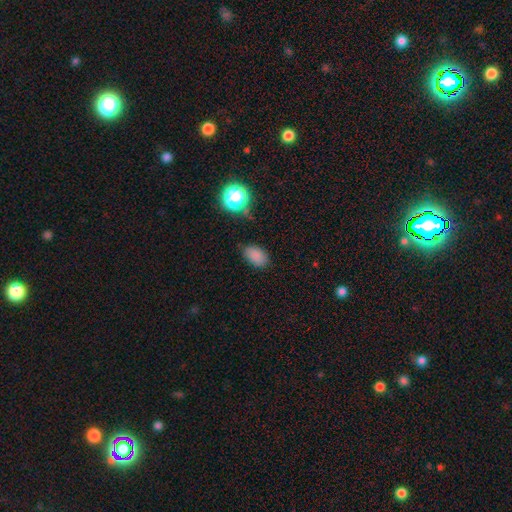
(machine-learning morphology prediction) The model was most divided on "merging": none: 76%, minor disturbance: 18%, major disturbance: 4%, merger: 2%. More confident: how rounded — in between (87%); smooth or featured — smooth (80%).